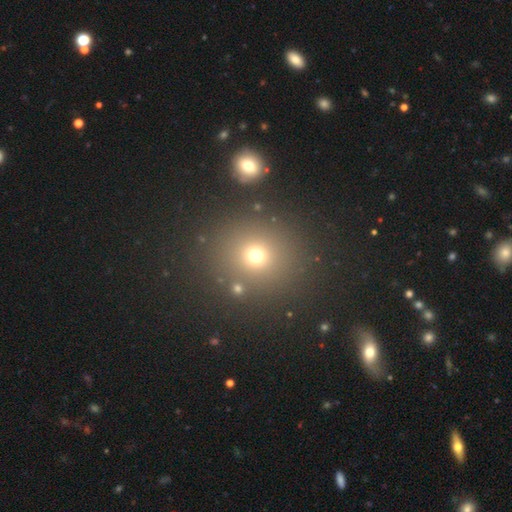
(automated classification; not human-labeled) Smooth or featured?
  - smooth: 69% *
  - star or artifact: 22%
  - featured or disk: 9%
How rounded?
  - round: 83% *
  - in between: 16%
  - cigar-shaped: 1%
Merging?
  - none: 82% *
  - minor disturbance: 8%
  - merger: 5%
  - major disturbance: 4%